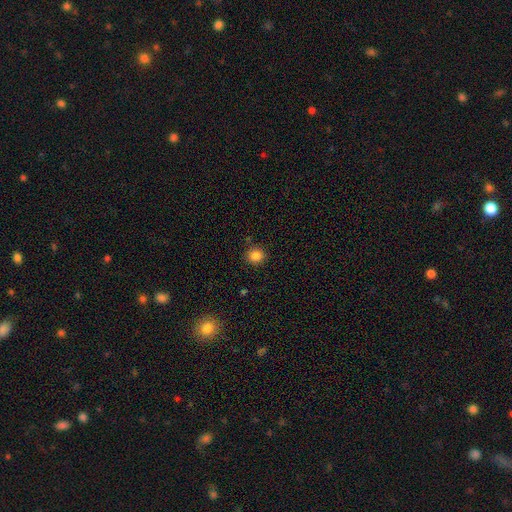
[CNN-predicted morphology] The model was most divided on "how rounded": round: 83%, in between: 16%, cigar-shaped: 1%. More confident: merging — none (87%); smooth or featured — smooth (84%).